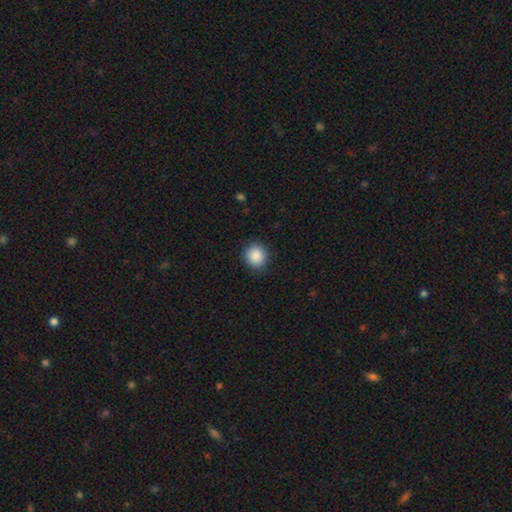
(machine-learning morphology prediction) Smooth or featured? Predicted: smooth (p=0.89). How rounded? Predicted: round (p=0.88). Merging? Predicted: none (p=0.91).